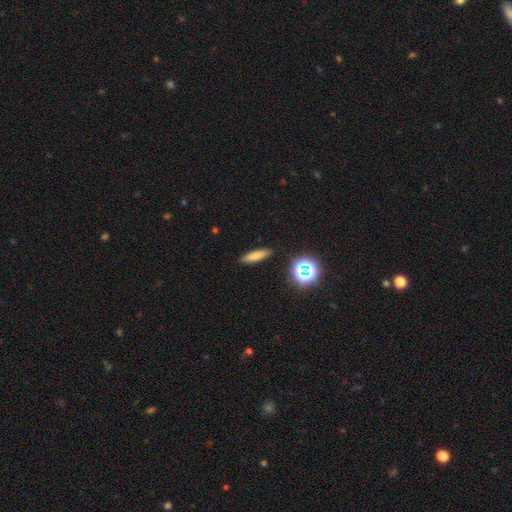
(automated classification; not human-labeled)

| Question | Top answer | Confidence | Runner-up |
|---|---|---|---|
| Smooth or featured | smooth | 76% | star or artifact (14%) |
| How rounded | cigar-shaped | 64% | in between (31%) |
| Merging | none | 89% | minor disturbance (7%) |